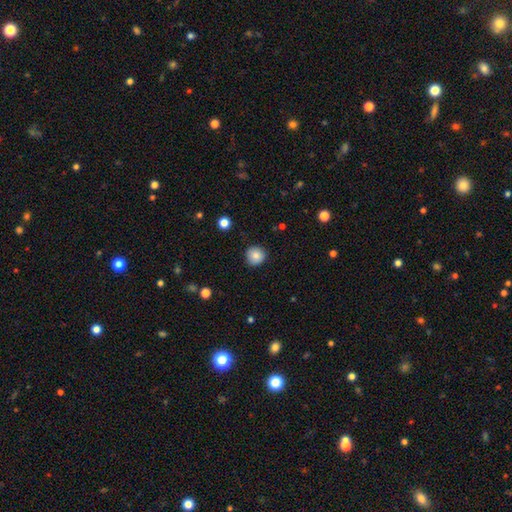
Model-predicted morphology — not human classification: Smooth or featured? Predicted: smooth (p=0.85). How rounded? Predicted: round (p=0.93). Merging? Predicted: none (p=0.89).